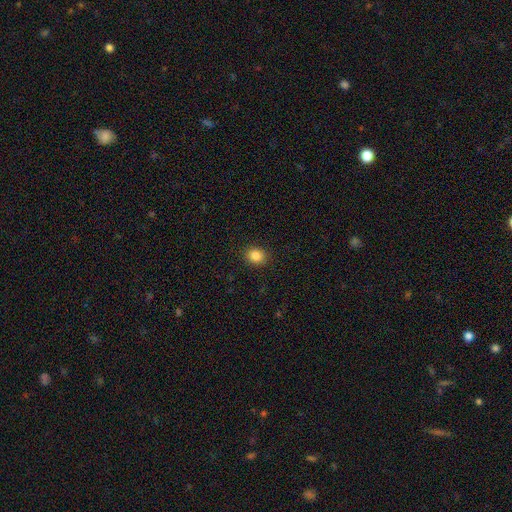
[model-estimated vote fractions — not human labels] A smooth galaxy with no disk features (84%) that is round (68%).

Vote fractions:
- Smooth or featured? smooth: 84% / star or artifact: 11% / featured or disk: 5%
- How rounded? round: 68% / in between: 31% / cigar-shaped: 1%
- Merging? none: 90% / minor disturbance: 7% / major disturbance: 2% / merger: 1%